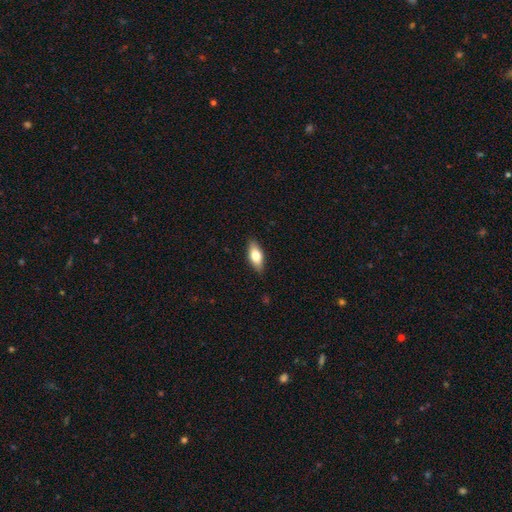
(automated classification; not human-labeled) Overall: smooth (73%). How rounded: in between (81%). Merging: none (86%).